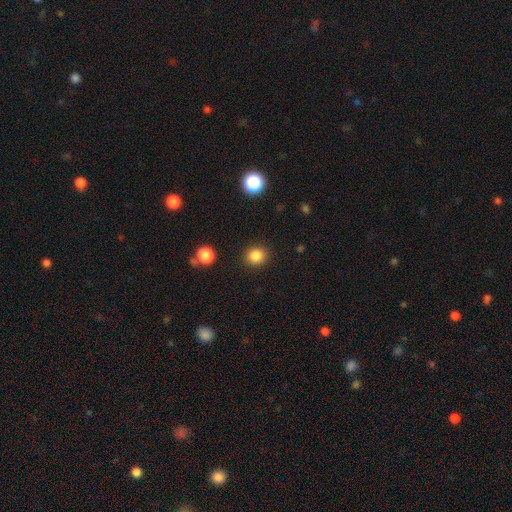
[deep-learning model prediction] Smooth or featured? Predicted: smooth (p=0.85). How rounded? Predicted: round (p=0.84). Merging? Predicted: none (p=0.90).